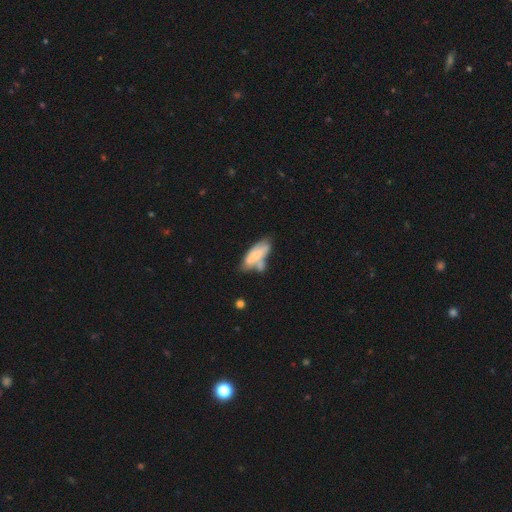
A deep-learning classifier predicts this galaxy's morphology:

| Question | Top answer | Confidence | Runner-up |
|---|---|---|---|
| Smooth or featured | smooth | 60% | featured or disk (34%) |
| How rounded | in between | 71% | cigar-shaped (27%) |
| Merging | merger | 36% | none (34%) |